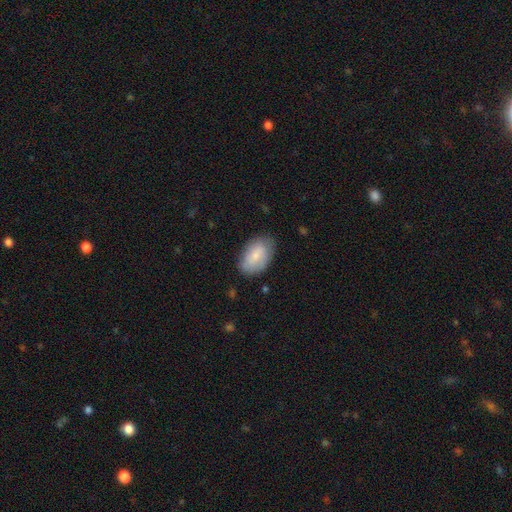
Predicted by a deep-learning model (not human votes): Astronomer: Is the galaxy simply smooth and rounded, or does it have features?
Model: smooth — 75%.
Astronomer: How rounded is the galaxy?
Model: in between — 92%.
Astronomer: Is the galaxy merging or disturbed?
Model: none — 77%.